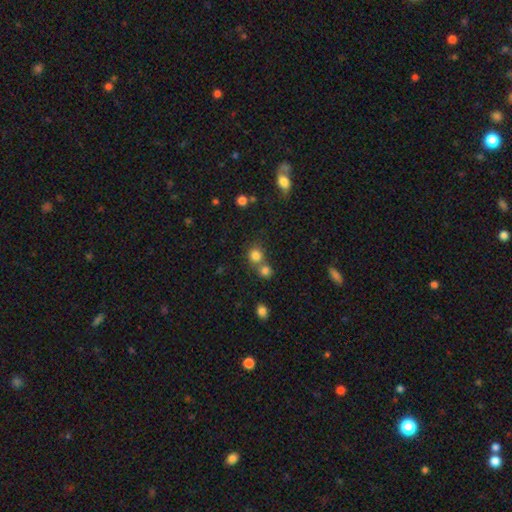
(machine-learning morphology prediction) Smooth or featured: smooth — 80% (star or artifact — 14%)
How rounded: round — 87% (in between — 12%)
Merging: none — 54% (merger — 37%)